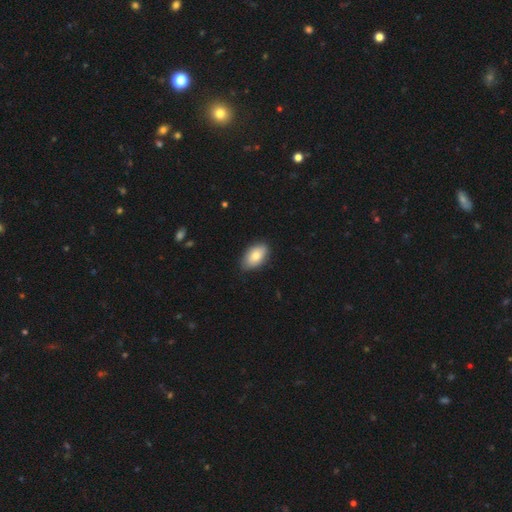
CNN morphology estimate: type=smooth (81%); roundness=in between (93%); merging=none (85%).